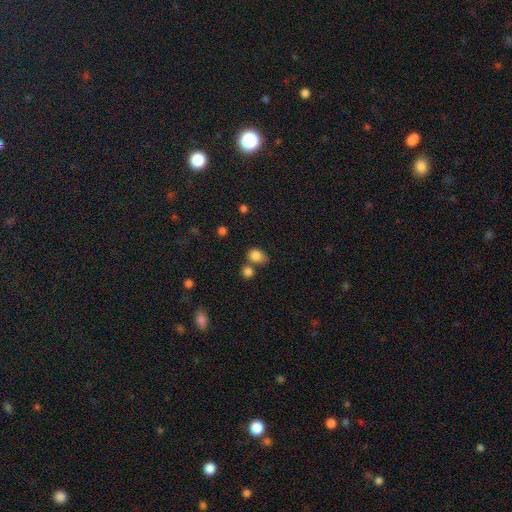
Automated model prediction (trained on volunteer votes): The model was most divided on "how rounded": in between: 56%, round: 43%, cigar-shaped: 1%. More confident: smooth or featured — smooth (83%); merging — none (51%).